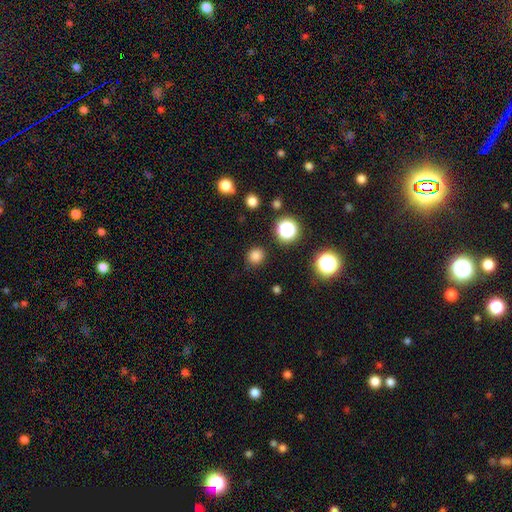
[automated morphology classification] Overall: smooth (80%). How rounded: round (89%). Merging: none (89%).